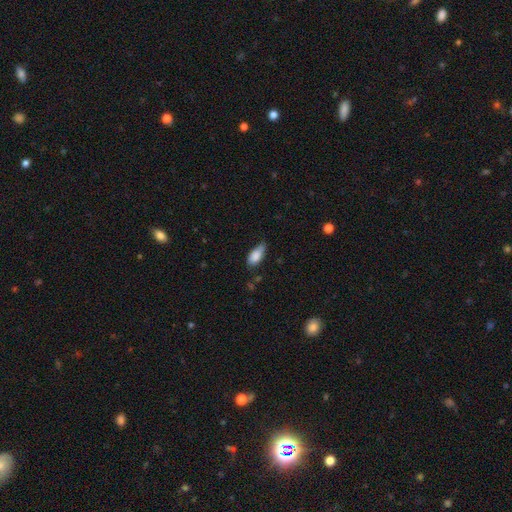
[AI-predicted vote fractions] A smooth galaxy with no disk features (85%) that is in between round and cigar-shaped (87%). Merging: none (48%).